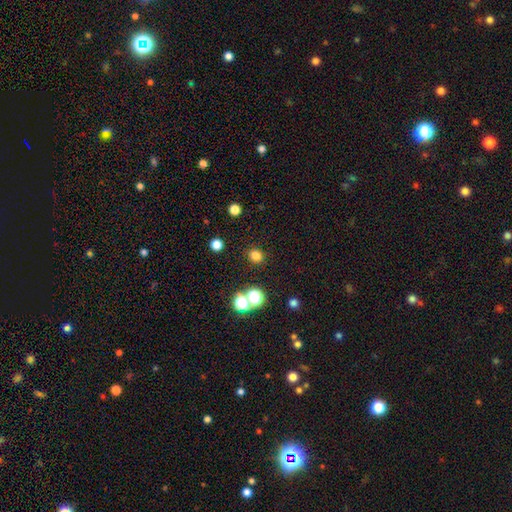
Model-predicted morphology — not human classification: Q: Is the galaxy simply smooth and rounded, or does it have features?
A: smooth — 77%.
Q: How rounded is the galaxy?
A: round — 80%.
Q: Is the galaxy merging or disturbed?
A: none — 87%.